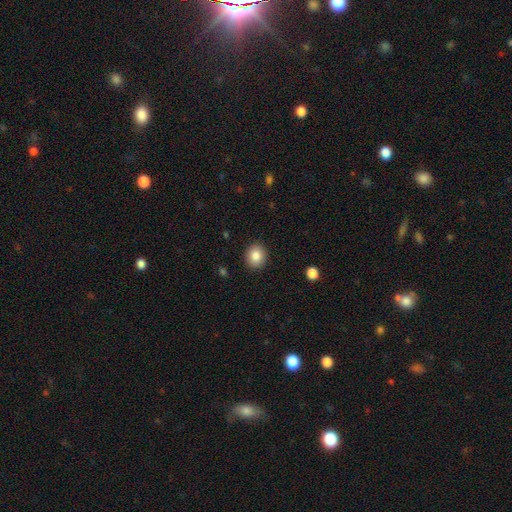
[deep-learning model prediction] Morphology: type=smooth (85%); roundness=round (74%); merging=none (91%).